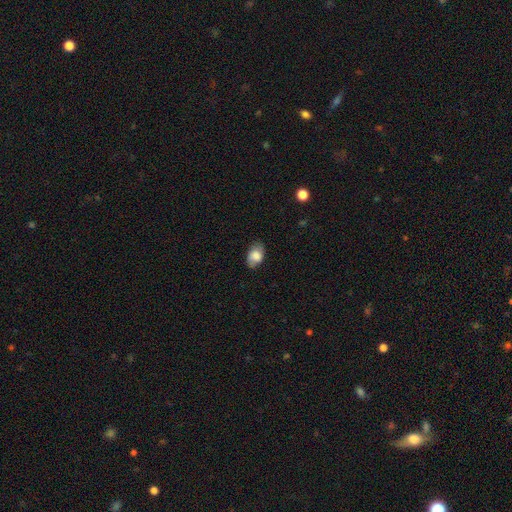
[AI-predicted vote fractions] Smooth or featured? smooth (77%)
How rounded? in between (87%)
Merging? none (77%)